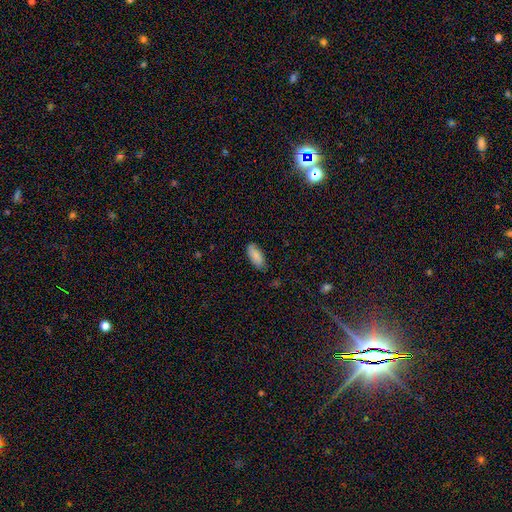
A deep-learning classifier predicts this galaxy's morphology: A smooth galaxy with no disk features (84%) that is in between round and cigar-shaped (87%). Merging: none (77%).